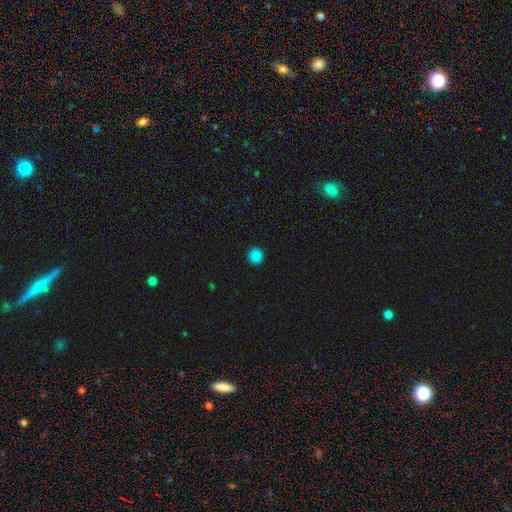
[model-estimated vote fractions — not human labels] smooth-or-featured: smooth: 87% | star or artifact: 11% | featured or disk: 2%
  how-rounded: round: 95% | in between: 4% | cigar-shaped: 1%
  merging: none: 93% | minor disturbance: 4% | major disturbance: 2% | merger: 1%